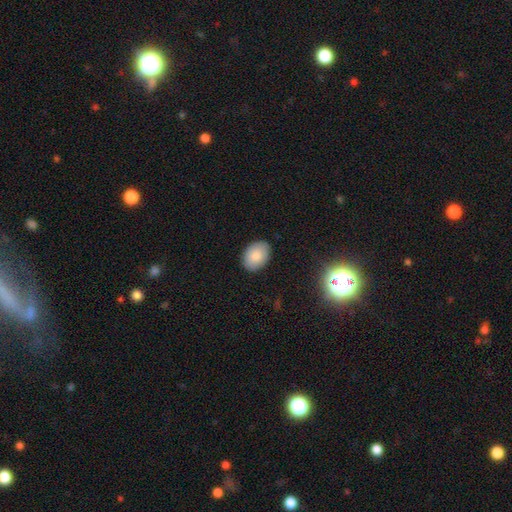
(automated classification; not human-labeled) A smooth galaxy with no disk features (83%) that is in between round and cigar-shaped (79%).

Vote fractions:
- Smooth or featured? smooth: 83% / featured or disk: 10% / star or artifact: 8%
- How rounded? in between: 79% / round: 20% / cigar-shaped: 1%
- Merging? none: 87% / minor disturbance: 10% / major disturbance: 2% / merger: 1%